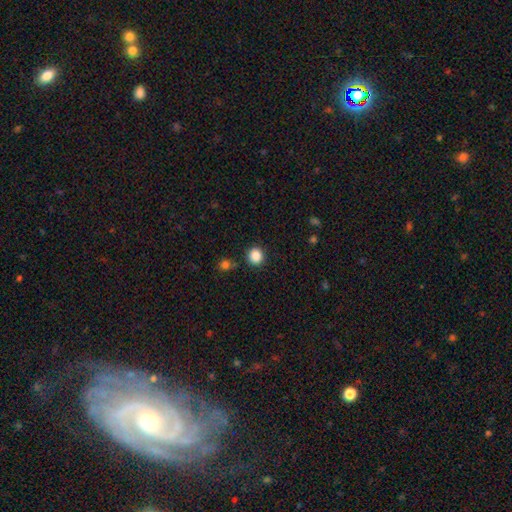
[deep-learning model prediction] Overall: smooth (86%). How rounded: round (88%). Merging: none (87%).